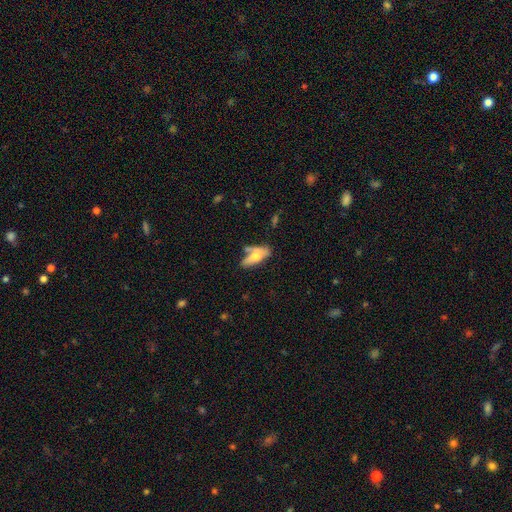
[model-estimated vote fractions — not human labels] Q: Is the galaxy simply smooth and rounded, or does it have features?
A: smooth — 62%.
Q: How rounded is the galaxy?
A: in between — 69%.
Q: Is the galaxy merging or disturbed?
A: none — 40%.